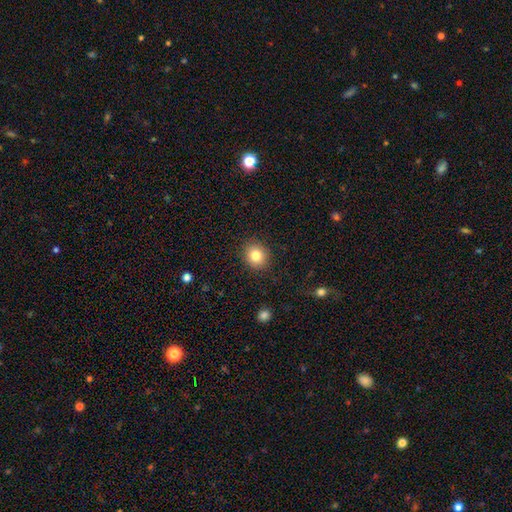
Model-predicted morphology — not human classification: This is clearly a smooth galaxy (82%). How rounded: likely round (74%). Merging: clearly none (89%).